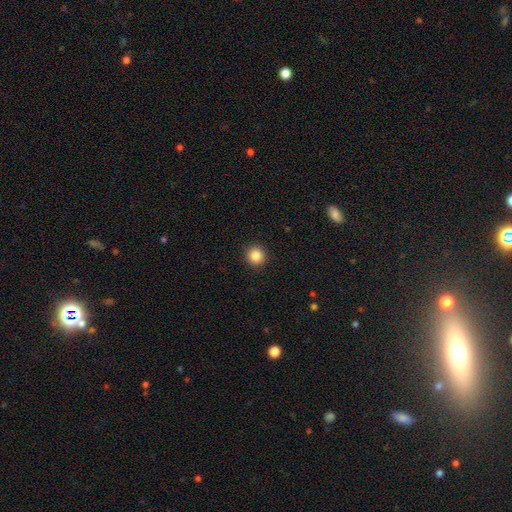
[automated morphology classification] Smooth or featured: smooth — 85% (star or artifact — 11%)
How rounded: round — 95% (in between — 4%)
Merging: none — 93% (minor disturbance — 5%)